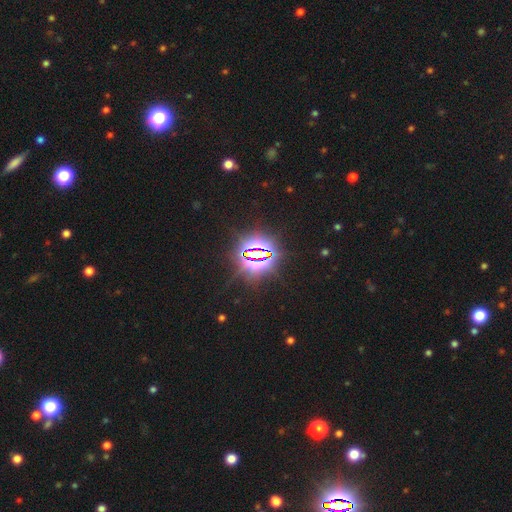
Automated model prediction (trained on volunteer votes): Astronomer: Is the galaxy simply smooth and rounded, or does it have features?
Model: star or artifact — 83%.